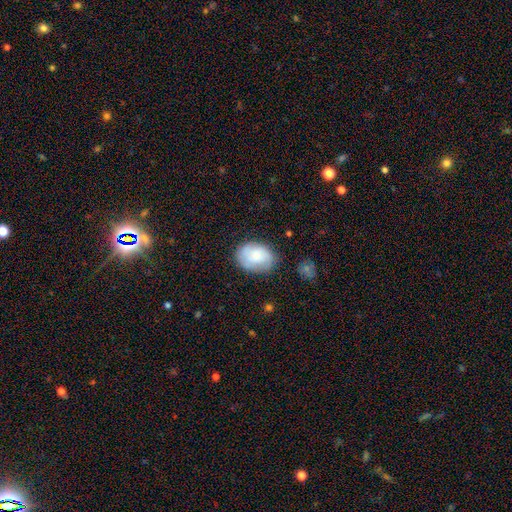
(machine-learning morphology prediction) Smooth or featured: smooth — 67% (featured or disk — 25%)
How rounded: in between — 74% (round — 25%)
Merging: none — 70% (minor disturbance — 21%)